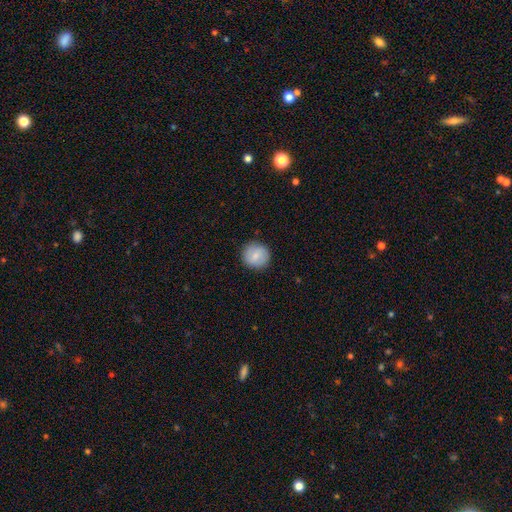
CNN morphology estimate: Smooth or featured?
  - smooth: 77% *
  - featured or disk: 16%
  - star or artifact: 7%
How rounded?
  - round: 92% *
  - in between: 7%
  - cigar-shaped: 1%
Merging?
  - none: 88% *
  - minor disturbance: 8%
  - major disturbance: 2%
  - merger: 1%